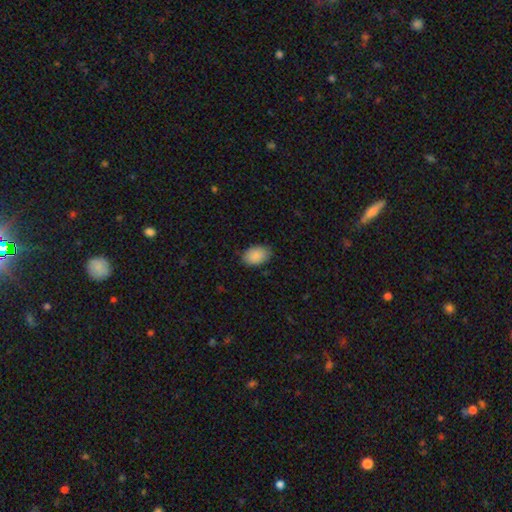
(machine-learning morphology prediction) A smooth galaxy with no disk features (89%) that is in between round and cigar-shaped (88%).

Vote fractions:
- Smooth or featured? smooth: 89% / star or artifact: 7% / featured or disk: 4%
- How rounded? in between: 88% / round: 11% / cigar-shaped: 1%
- Merging? none: 83% / minor disturbance: 13% / major disturbance: 2% / merger: 1%